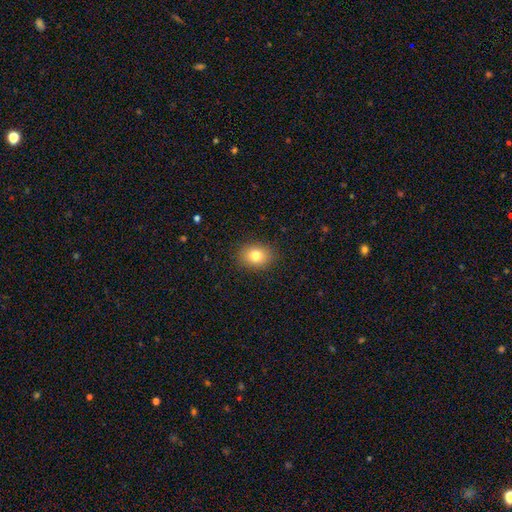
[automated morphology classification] Smooth or featured? smooth (80%)
How rounded? in between (54%)
Merging? none (89%)